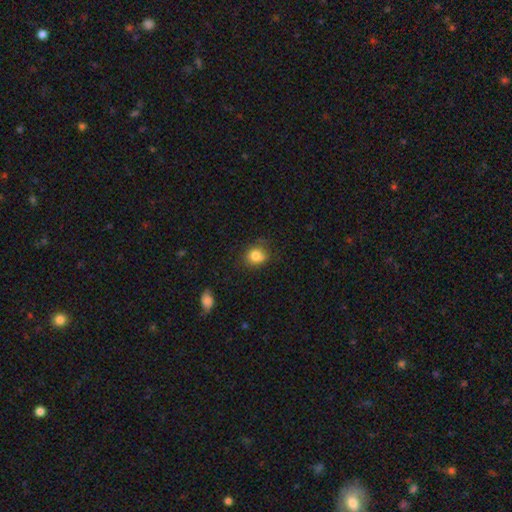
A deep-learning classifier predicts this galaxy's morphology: Smooth or featured: smooth — 82% (star or artifact — 10%)
How rounded: round — 67% (in between — 32%)
Merging: none — 72% (minor disturbance — 21%)